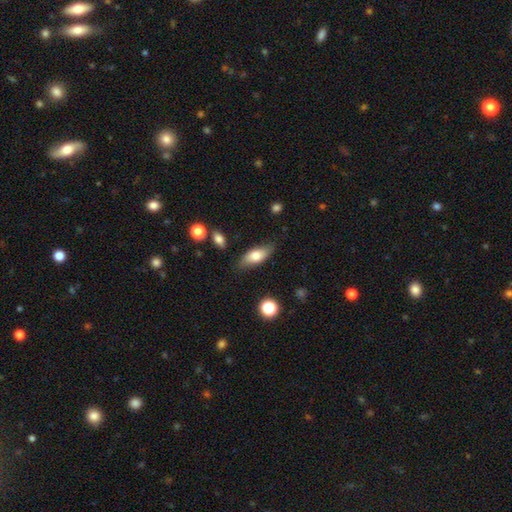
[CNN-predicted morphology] smooth-or-featured: smooth: 71% | featured or disk: 22% | star or artifact: 7%
  how-rounded: in between: 80% | cigar-shaped: 17% | round: 3%
  merging: none: 77% | minor disturbance: 17% | major disturbance: 4% | merger: 2%